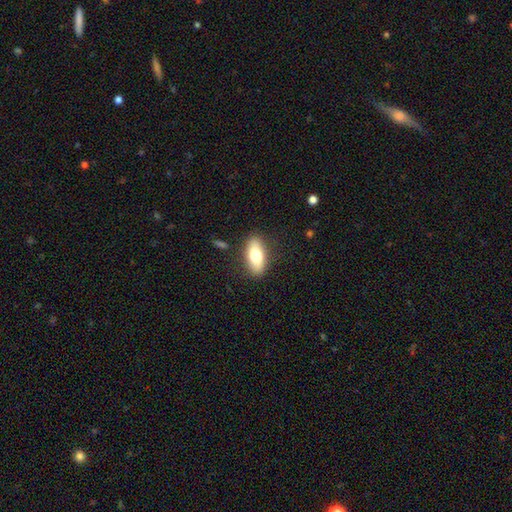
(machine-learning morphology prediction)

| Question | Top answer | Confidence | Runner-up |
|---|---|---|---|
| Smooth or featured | smooth | 71% | featured or disk (23%) |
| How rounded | in between | 83% | cigar-shaped (13%) |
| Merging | none | 85% | minor disturbance (10%) |